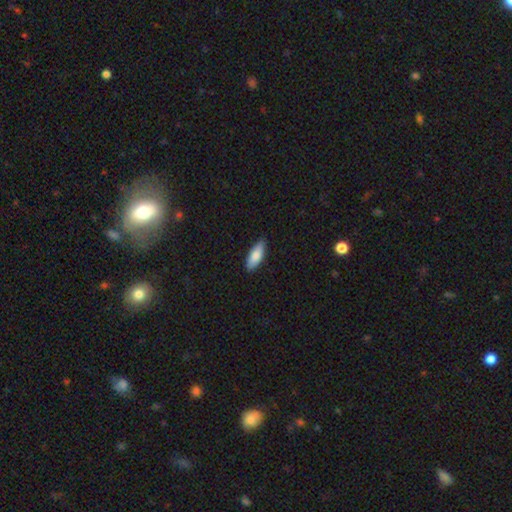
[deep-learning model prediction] Smooth or featured?
  - smooth: 83% *
  - featured or disk: 11%
  - star or artifact: 6%
How rounded?
  - in between: 71% *
  - cigar-shaped: 27%
  - round: 2%
Merging?
  - none: 86% *
  - minor disturbance: 12%
  - major disturbance: 2%
  - merger: 1%